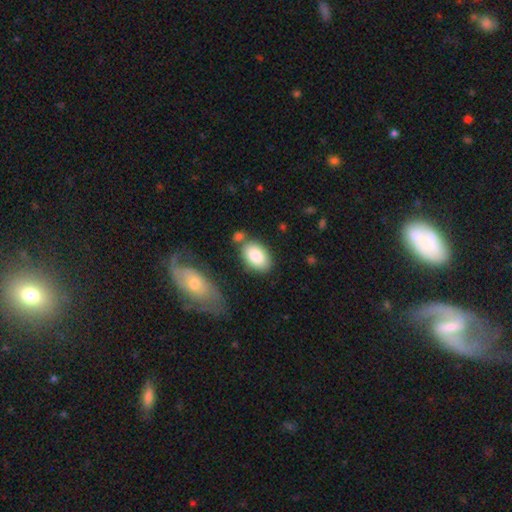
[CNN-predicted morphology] Smooth or featured?
  - smooth: 85% *
  - featured or disk: 9%
  - star or artifact: 6%
How rounded?
  - in between: 91% *
  - round: 8%
  - cigar-shaped: 1%
Merging?
  - none: 68% *
  - minor disturbance: 15%
  - merger: 13%
  - major disturbance: 4%